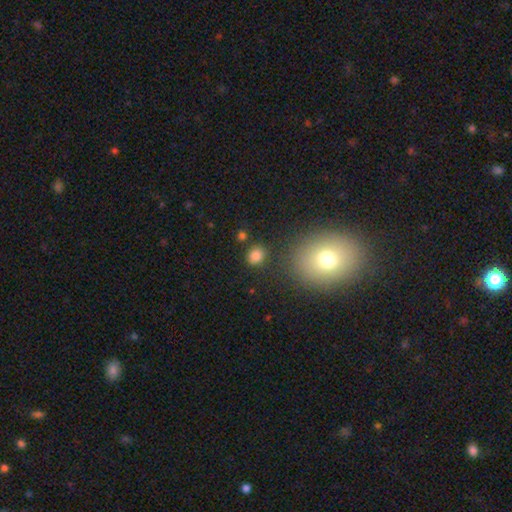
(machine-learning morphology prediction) Smooth or featured: smooth — 82% (star or artifact — 13%)
How rounded: round — 63% (in between — 36%)
Merging: none — 82% (minor disturbance — 10%)